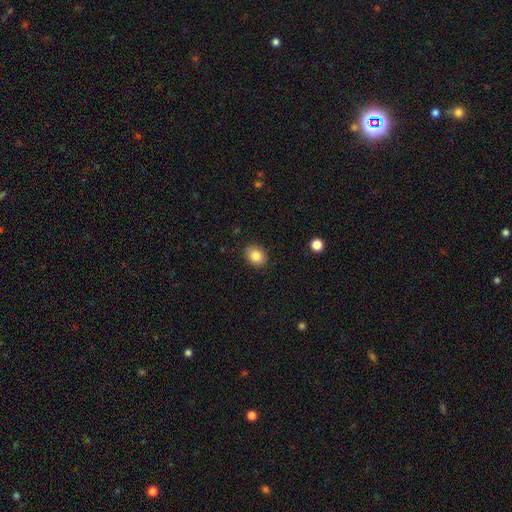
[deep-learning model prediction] Q: Smooth or featured?
A: smooth (85%); runner-up: star or artifact (9%)
Q: How rounded?
A: in between (58%); runner-up: round (41%)
Q: Merging?
A: none (88%); runner-up: minor disturbance (9%)